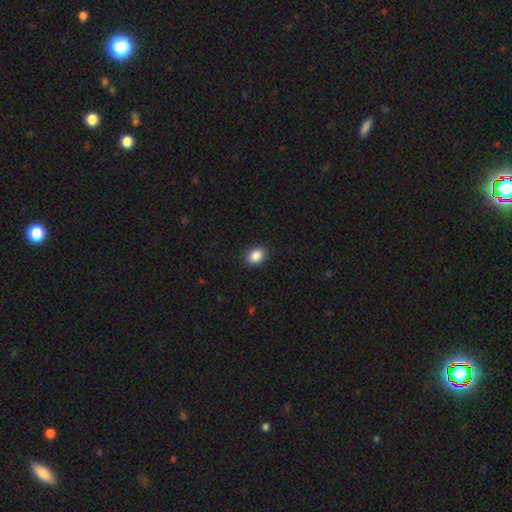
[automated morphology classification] smooth 88%, star or artifact 9%, featured or disk 3%. Down the decision tree: how rounded — in between (58%); merging — none (89%).